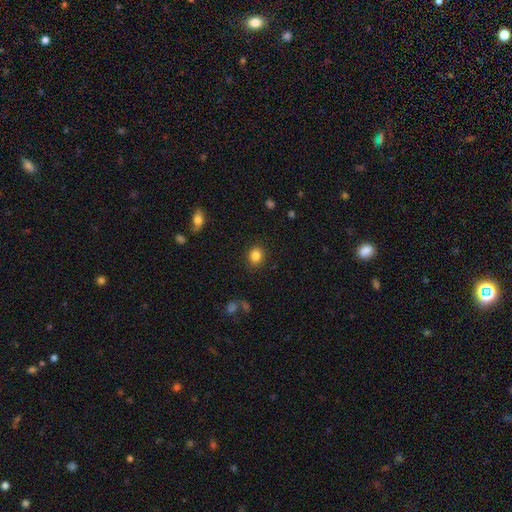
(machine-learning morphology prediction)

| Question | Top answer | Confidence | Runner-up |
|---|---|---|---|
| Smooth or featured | smooth | 85% | star or artifact (10%) |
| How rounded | round | 75% | in between (24%) |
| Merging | none | 88% | minor disturbance (8%) |